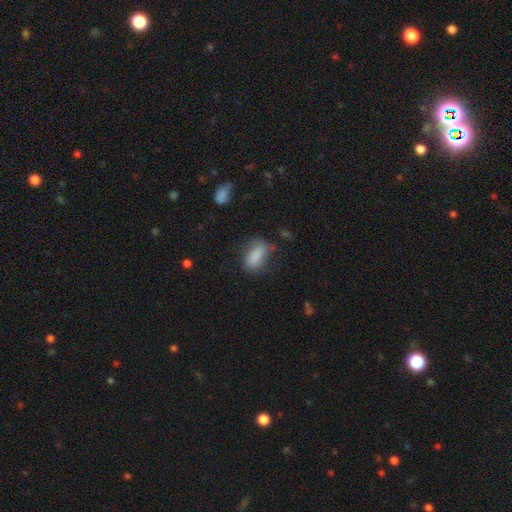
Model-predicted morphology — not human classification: Smooth or featured? smooth (81%)
How rounded? in between (87%)
Merging? none (52%)